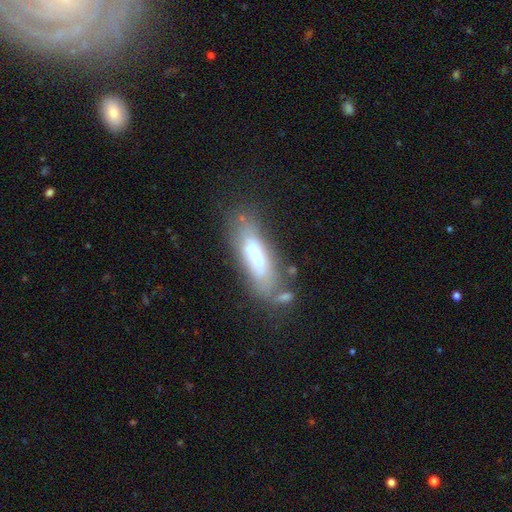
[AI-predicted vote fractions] Overall: smooth (47%; featured or disk 44%). Merging: none (43%; minor disturbance 22%).